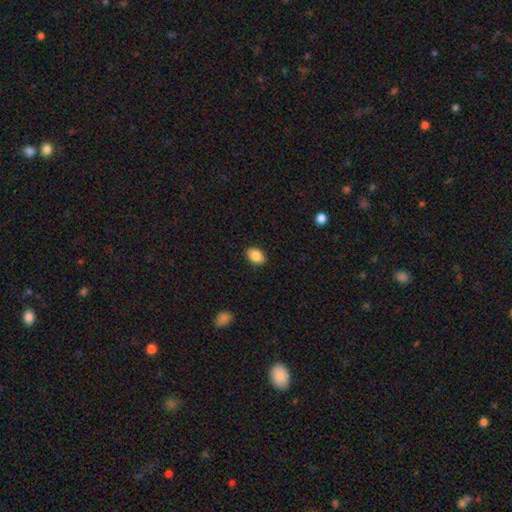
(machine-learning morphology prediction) This appears to be a smooth galaxy with no disk features (88%) that is in between round and cigar-shaped (84%). Merging: none (89%).